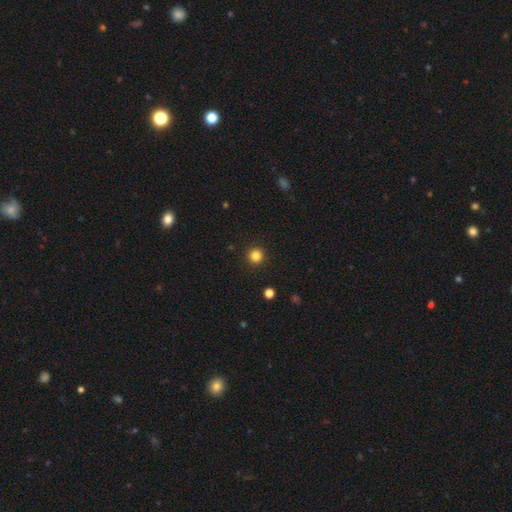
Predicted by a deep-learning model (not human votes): Smooth or featured: smooth — 83% (star or artifact — 13%)
How rounded: round — 96% (in between — 3%)
Merging: none — 93% (minor disturbance — 4%)